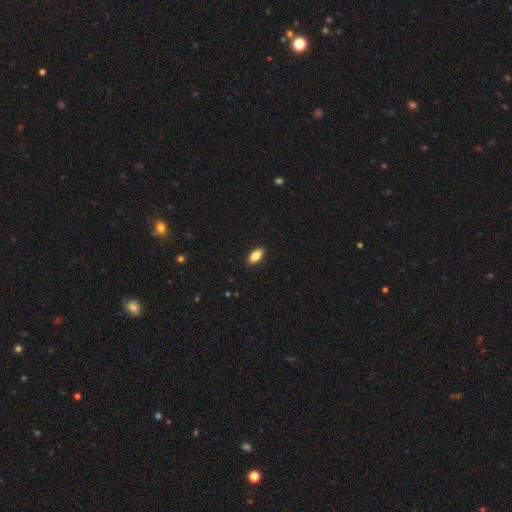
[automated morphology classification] type=smooth (82%); roundness=in between (89%); merging=none (90%).